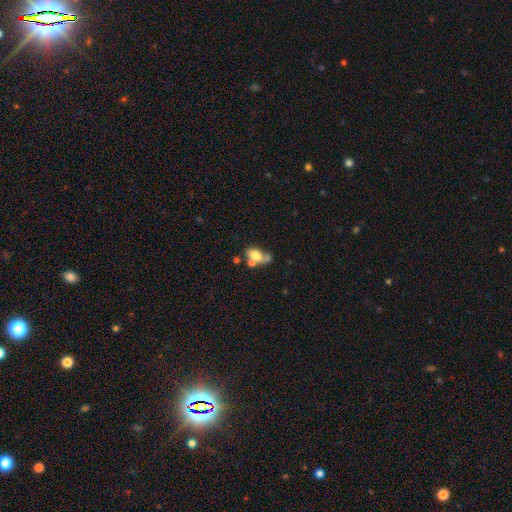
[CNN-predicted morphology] Overall: smooth (64%; featured or disk 26%). How rounded: in between (82%). Merging: merger (41%; none 28%).